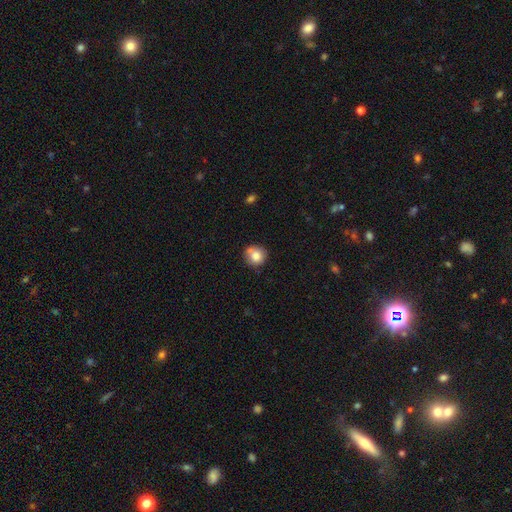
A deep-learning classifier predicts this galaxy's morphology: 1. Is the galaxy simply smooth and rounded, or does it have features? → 80% smooth, 11% featured or disk, 9% star or artifact.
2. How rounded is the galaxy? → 89% round, 10% in between, 1% cigar-shaped.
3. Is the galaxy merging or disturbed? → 67% none, 18% minor disturbance, 10% merger, 4% major disturbance.